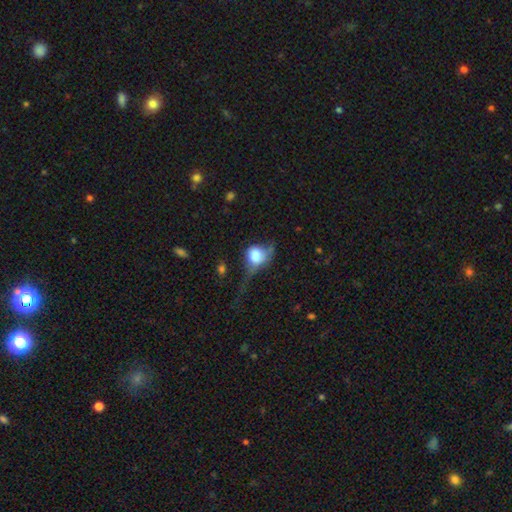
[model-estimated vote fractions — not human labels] Smooth or featured? Predicted: smooth (p=0.68). How rounded? Predicted: round (p=0.60). Merging? Predicted: major disturbance (p=0.47).